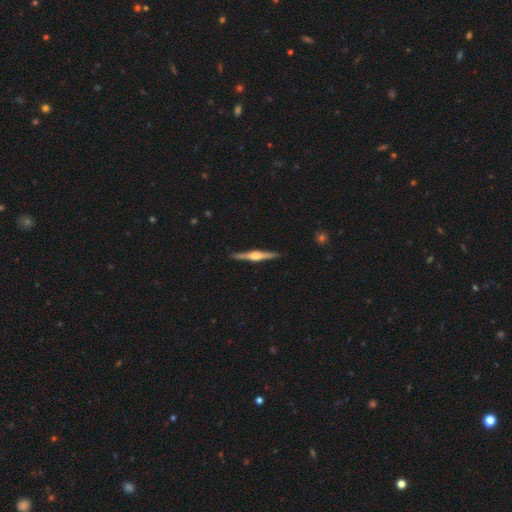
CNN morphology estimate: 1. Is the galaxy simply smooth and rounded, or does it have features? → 82% featured or disk, 14% smooth, 4% star or artifact.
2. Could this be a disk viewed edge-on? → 99% yes, 1% no.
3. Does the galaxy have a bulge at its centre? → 92% rounded, 6% boxy, 2% none.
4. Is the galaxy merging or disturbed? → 92% none, 6% minor disturbance, 1% major disturbance, 1% merger.